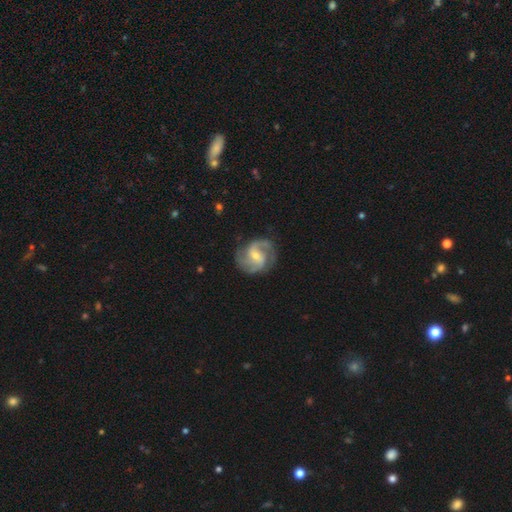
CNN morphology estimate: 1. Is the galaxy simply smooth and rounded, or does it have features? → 86% featured or disk, 9% smooth, 5% star or artifact.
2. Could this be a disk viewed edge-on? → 98% no, 2% yes.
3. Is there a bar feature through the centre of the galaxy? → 51% weak, 31% no, 18% strong.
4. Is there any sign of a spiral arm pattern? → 97% yes, 3% no.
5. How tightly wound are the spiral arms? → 53% medium, 24% tight, 22% loose.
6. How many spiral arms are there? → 63% 2, 20% 3, 8% can't tell, 3% 4, 3% 1, 3% more than 4.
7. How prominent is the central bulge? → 53% small, 42% moderate, 2% none, 2% large, 1% dominant.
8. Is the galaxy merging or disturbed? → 78% none, 15% minor disturbance, 6% major disturbance, 1% merger.